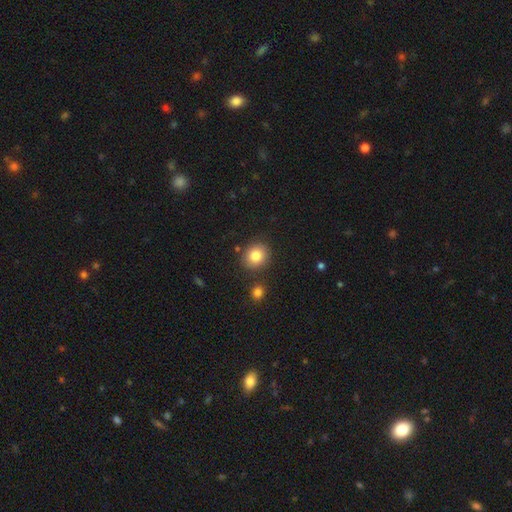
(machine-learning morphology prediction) This is clearly a smooth galaxy (82%). How rounded: likely round (76%). Merging: clearly none (84%).